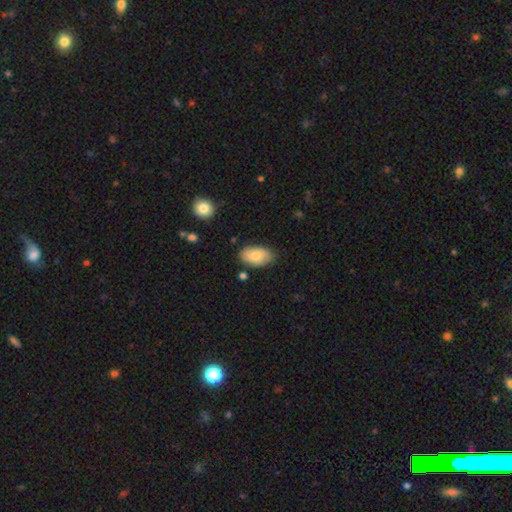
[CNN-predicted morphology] smooth 77%, featured or disk 17%, star or artifact 6%. Down the decision tree: how rounded — in between (94%); merging — none (78%).